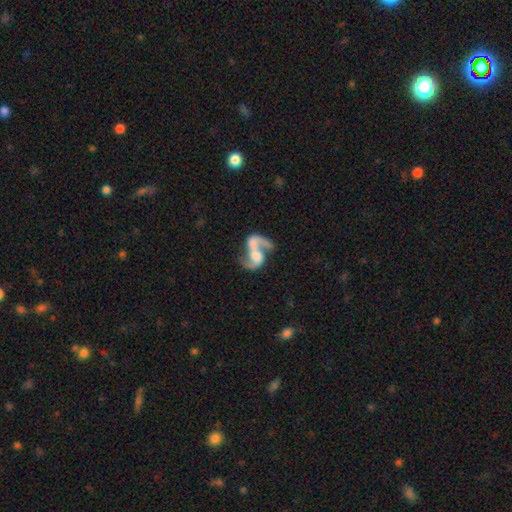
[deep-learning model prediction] This is clearly a featured or disk galaxy (84%). It is clearly not viewed edge-on (98%). Bar: marginally no (41%). Spiral arm pattern: clearly yes (92%). Spiral arm count: clearly 2 (86%). Spiral winding: likely loose (63%). Central bulge: marginally moderate (37%). Merging: marginally none (39%).